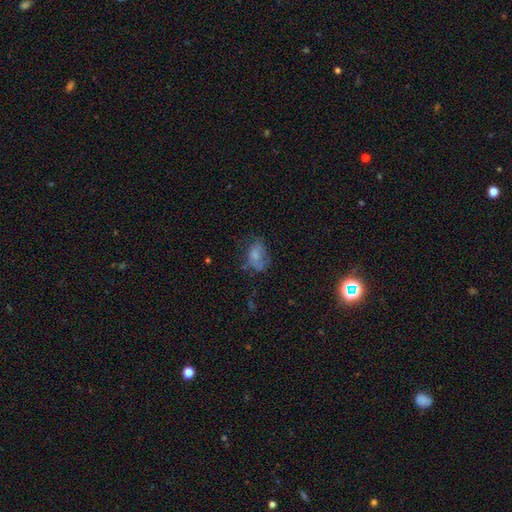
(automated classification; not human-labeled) This is likely a smooth galaxy (60%). How rounded: likely in between (79%). Merging: marginally none (39%).